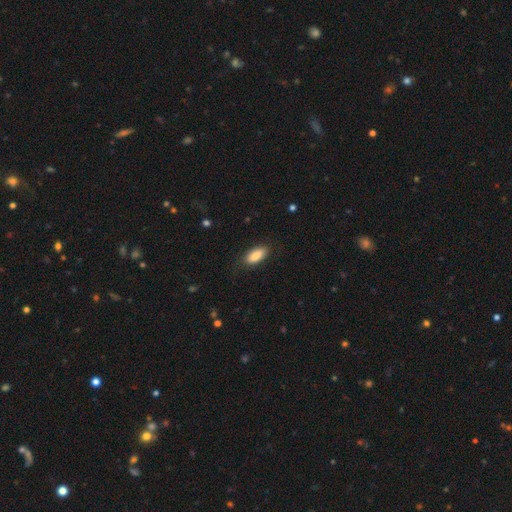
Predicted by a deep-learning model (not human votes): This is clearly a smooth galaxy (87%). How rounded: clearly in between (87%). Merging: clearly none (82%).